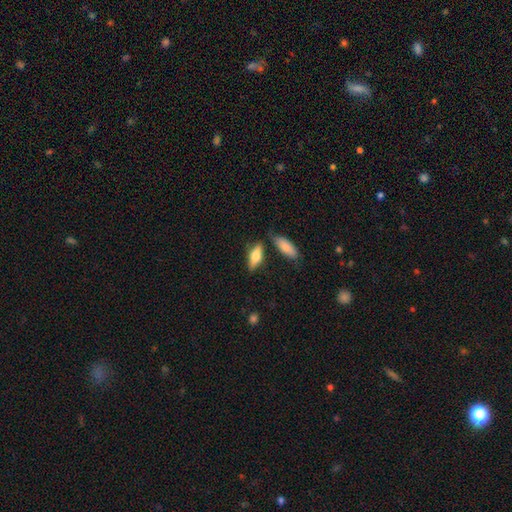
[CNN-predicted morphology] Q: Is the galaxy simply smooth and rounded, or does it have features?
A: smooth — 68%.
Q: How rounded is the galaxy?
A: in between — 63%.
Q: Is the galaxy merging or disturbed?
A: none — 69%.